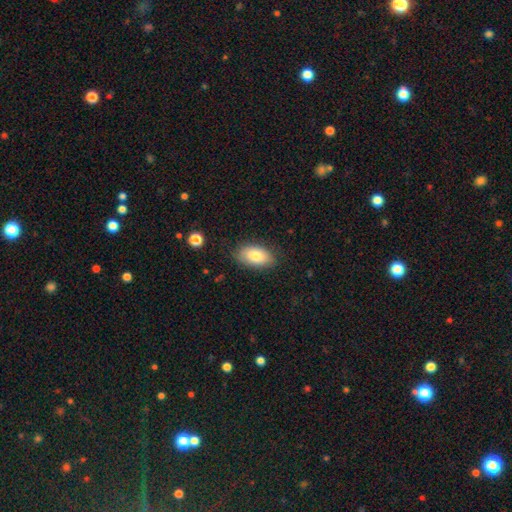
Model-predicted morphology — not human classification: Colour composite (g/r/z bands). It shows a smooth galaxy with no disk features (80%) that is in between round and cigar-shaped (93%). Merging: none (81%).